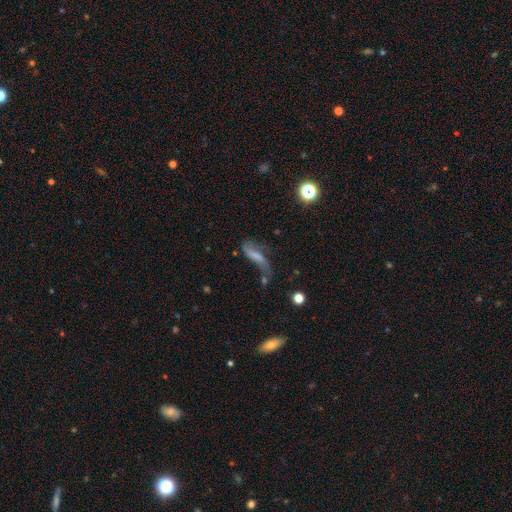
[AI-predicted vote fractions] Smooth or featured? Predicted: smooth (p=0.44, tied with featured or disk). Merging? Predicted: major disturbance (p=0.34).